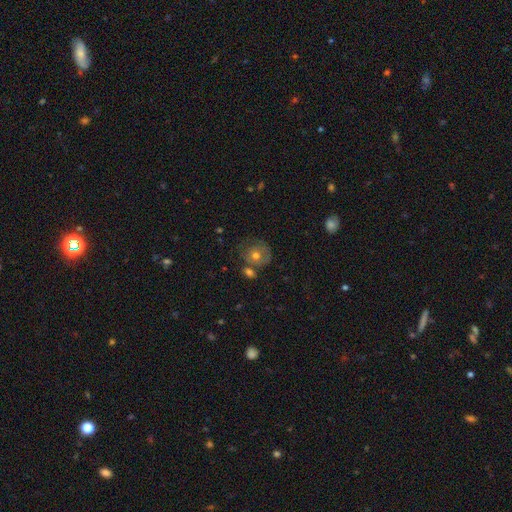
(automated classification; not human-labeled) smooth-or-featured: smooth: 56% | featured or disk: 35% | star or artifact: 9%
  how-rounded: round: 81% | in between: 18% | cigar-shaped: 1%
  merging: none: 50% | minor disturbance: 21% | merger: 17% | major disturbance: 11%